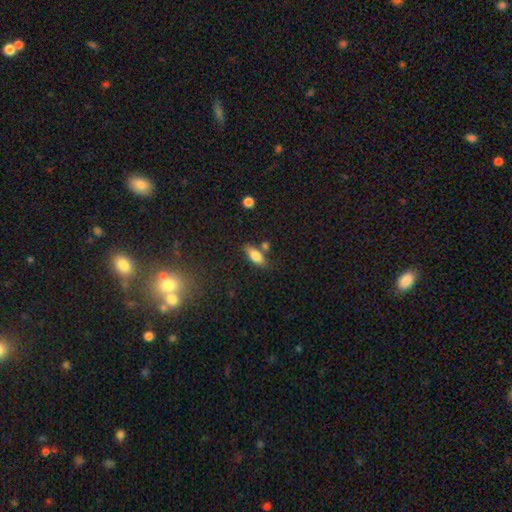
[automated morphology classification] smooth_or_featured: smooth (p=0.77) [alt: featured or disk p=0.15]
how_rounded: in between (p=0.78) [alt: cigar-shaped p=0.19]
merging: none (p=0.67) [alt: minor disturbance p=0.16]